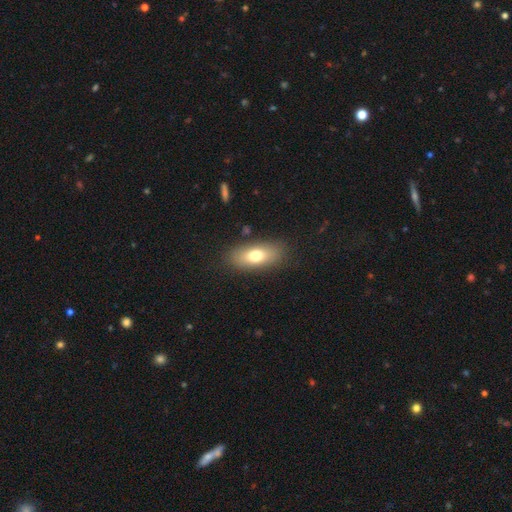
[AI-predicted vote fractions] A smooth galaxy with no disk features (74%) that is in between round and cigar-shaped (81%).

Vote fractions:
- Smooth or featured? smooth: 74% / featured or disk: 18% / star or artifact: 8%
- How rounded? in between: 81% / cigar-shaped: 15% / round: 5%
- Merging? none: 84% / minor disturbance: 11% / major disturbance: 4% / merger: 1%